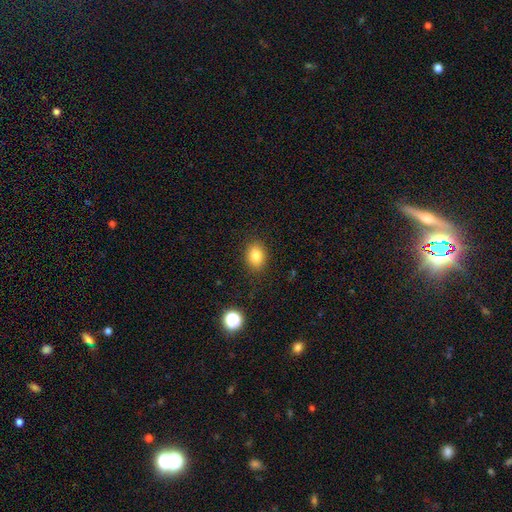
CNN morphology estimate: The model was most divided on "how rounded": in between: 66%, round: 32%, cigar-shaped: 1%. More confident: merging — none (86%); smooth or featured — smooth (83%).